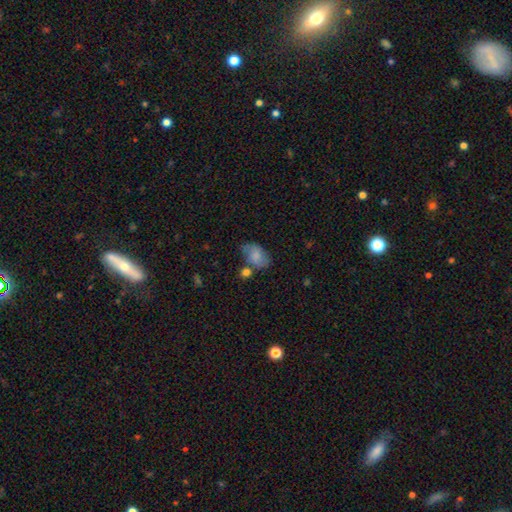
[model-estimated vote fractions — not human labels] smooth 69%, featured or disk 23%, star or artifact 8%. Down the decision tree: how rounded — in between (87%); merging — none (51%).